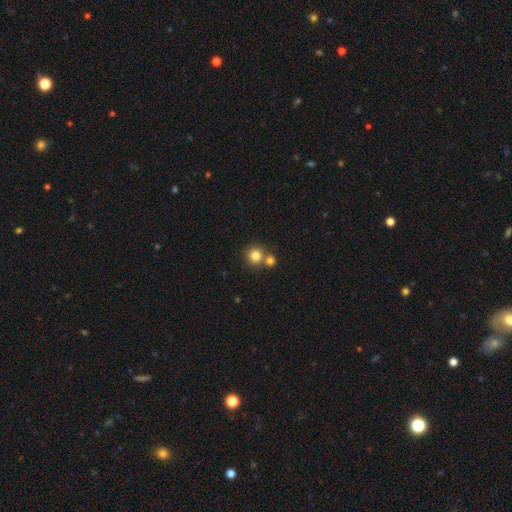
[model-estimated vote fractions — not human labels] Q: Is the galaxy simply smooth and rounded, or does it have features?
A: smooth — 81%.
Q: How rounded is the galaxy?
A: round — 92%.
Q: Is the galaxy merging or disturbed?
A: none — 60%.